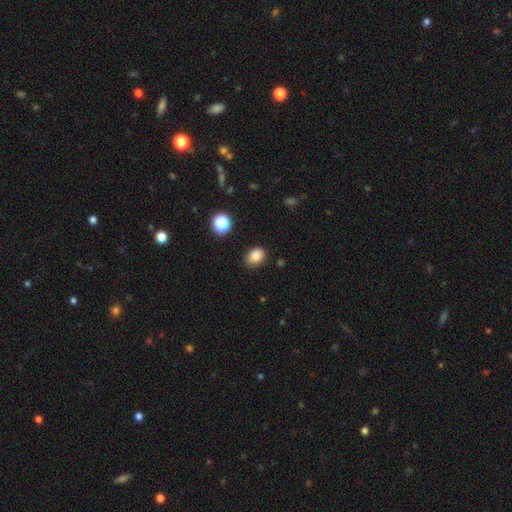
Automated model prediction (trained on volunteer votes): Smooth or featured: smooth — 85% (star or artifact — 11%)
How rounded: in between — 62% (round — 37%)
Merging: none — 81% (minor disturbance — 14%)